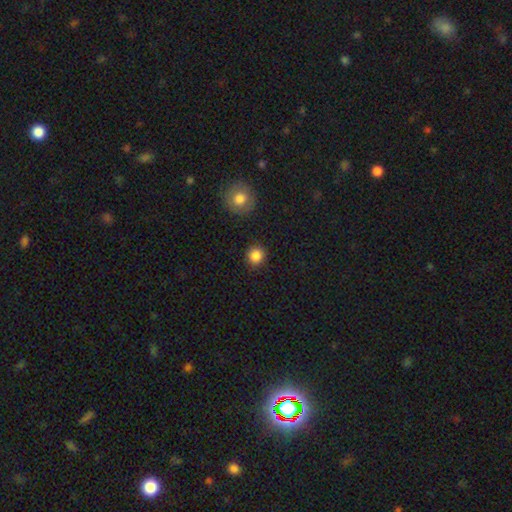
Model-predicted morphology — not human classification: A smooth galaxy with no disk features (86%) that is round (92%). Merging: none (89%).